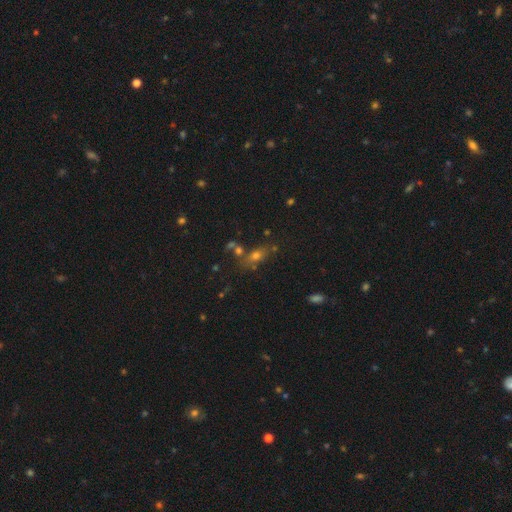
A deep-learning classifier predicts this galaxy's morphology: This appears to be a smooth galaxy with no disk features (57%) that is in between round and cigar-shaped (60%). Merging: none (59%).